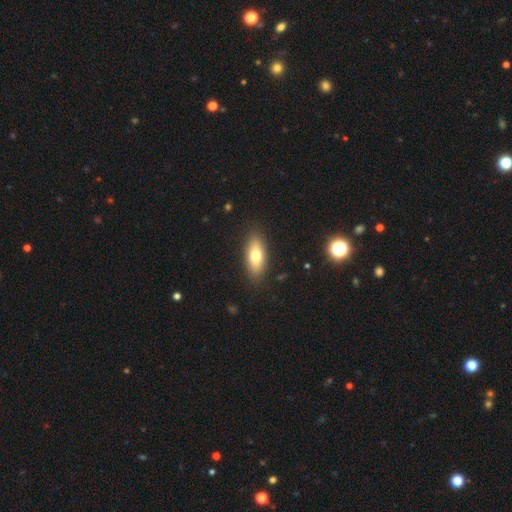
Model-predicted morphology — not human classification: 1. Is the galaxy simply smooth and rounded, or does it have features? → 73% smooth, 20% featured or disk, 7% star or artifact.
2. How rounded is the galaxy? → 80% in between, 17% cigar-shaped, 3% round.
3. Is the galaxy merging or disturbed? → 87% none, 9% minor disturbance, 2% major disturbance, 1% merger.